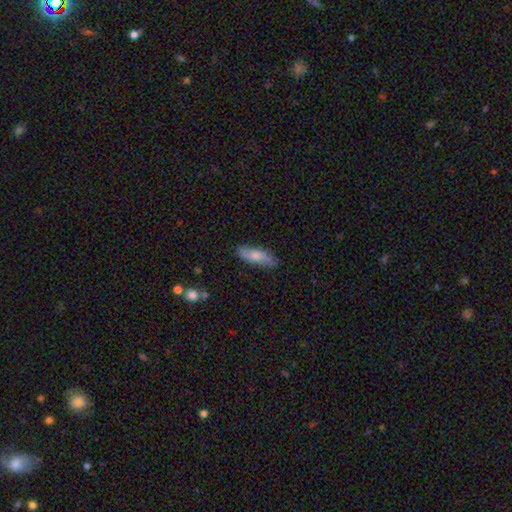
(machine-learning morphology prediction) smooth_or_featured: smooth (p=0.65) [alt: featured or disk p=0.29]
how_rounded: in between (p=0.53) [alt: cigar-shaped p=0.45]
merging: none (p=0.81) [alt: minor disturbance p=0.15]